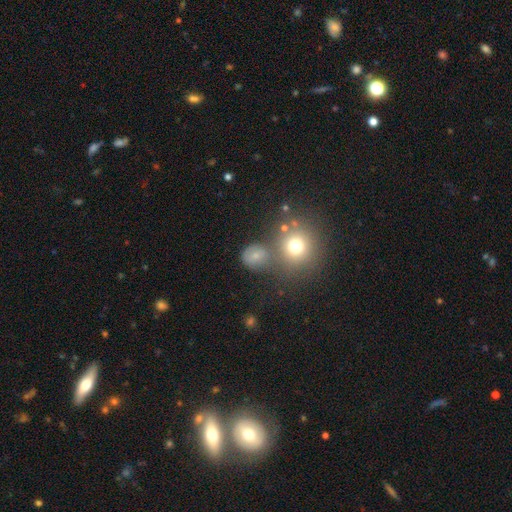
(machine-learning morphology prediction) This appears to be a smooth galaxy with no disk features (69%) that is round (72%). Merging: none (61%).